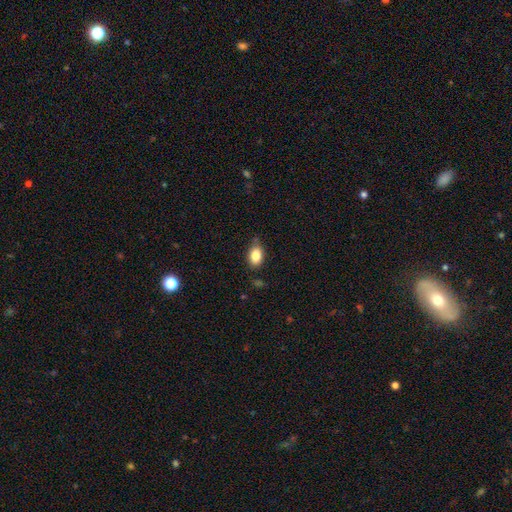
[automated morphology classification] This appears to be a smooth galaxy with no disk features (84%) that is in between round and cigar-shaped (82%). Merging: none (75%).